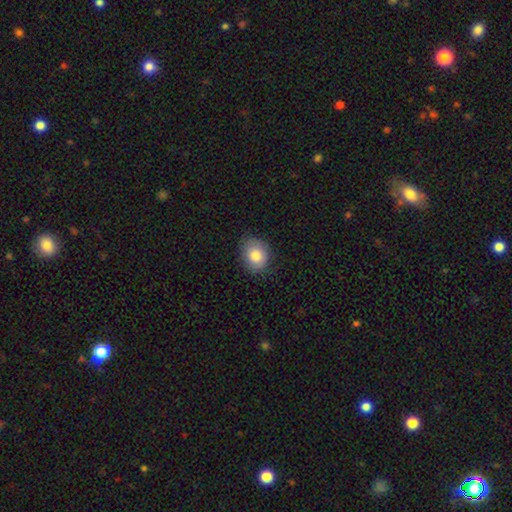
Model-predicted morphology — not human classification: Smooth or featured? smooth (81%)
How rounded? round (55%)
Merging? none (77%)